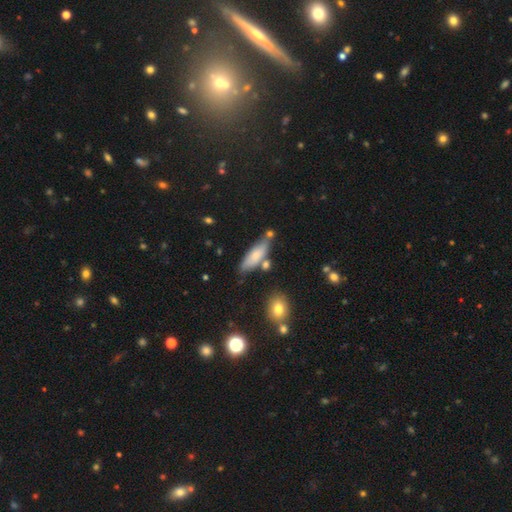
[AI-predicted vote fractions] A smooth galaxy with no disk features (71%) that is in between round and cigar-shaped (52%). Merging: none (65%).